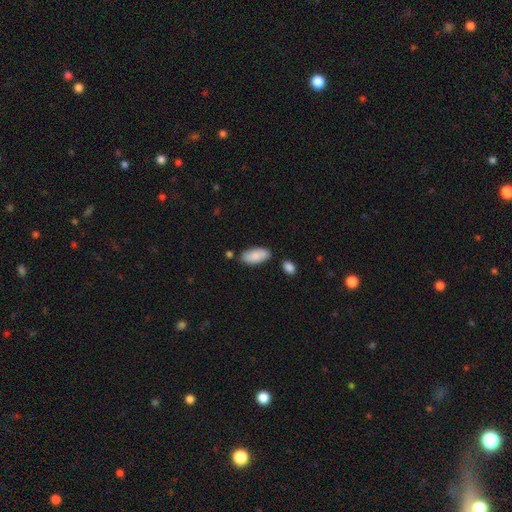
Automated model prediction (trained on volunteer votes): Q: Smooth or featured?
A: smooth (88%); runner-up: featured or disk (7%)
Q: How rounded?
A: in between (91%); runner-up: cigar-shaped (7%)
Q: Merging?
A: none (75%); runner-up: minor disturbance (15%)